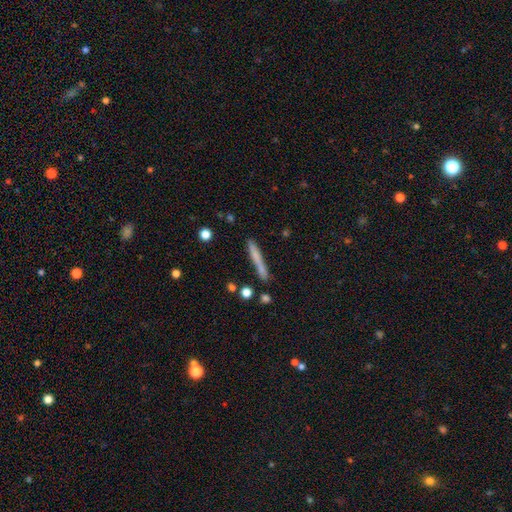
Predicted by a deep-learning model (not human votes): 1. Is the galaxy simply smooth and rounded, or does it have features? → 69% smooth, 24% featured or disk, 7% star or artifact.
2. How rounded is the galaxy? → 94% cigar-shaped, 4% in between, 2% round.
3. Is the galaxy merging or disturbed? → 72% none, 17% minor disturbance, 7% merger, 4% major disturbance.